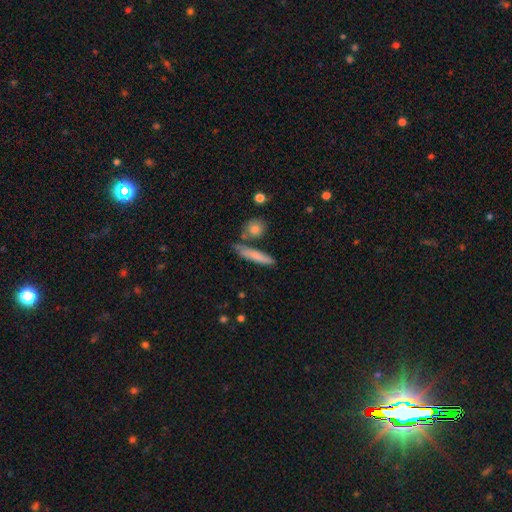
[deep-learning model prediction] Smooth or featured?
  - smooth: 71% *
  - featured or disk: 22%
  - star or artifact: 7%
How rounded?
  - cigar-shaped: 85% *
  - in between: 11%
  - round: 3%
Merging?
  - none: 71% *
  - minor disturbance: 14%
  - merger: 11%
  - major disturbance: 4%